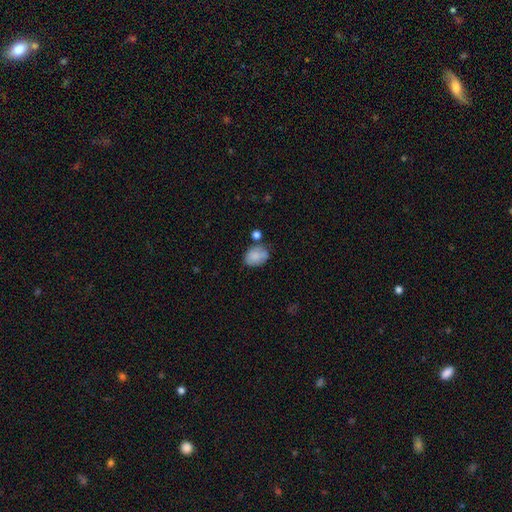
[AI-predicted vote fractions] A smooth galaxy with no disk features (80%) that is in between round and cigar-shaped (71%).

Vote fractions:
- Smooth or featured? smooth: 80% / featured or disk: 12% / star or artifact: 9%
- How rounded? in between: 71% / round: 28% / cigar-shaped: 1%
- Merging? none: 56% / minor disturbance: 24% / merger: 13% / major disturbance: 7%